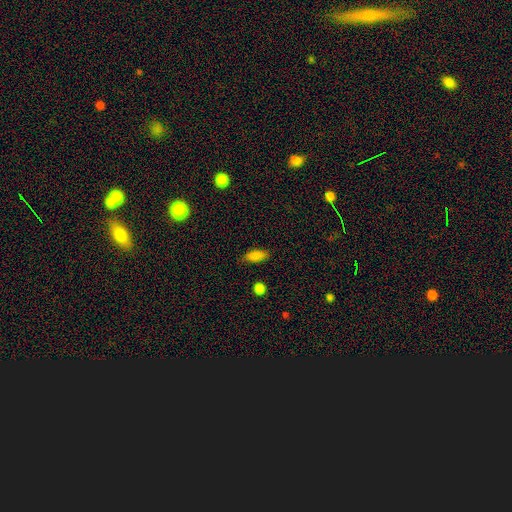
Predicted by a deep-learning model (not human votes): Morphology: type=smooth (85%); roundness=in between (83%); merging=none (79%).